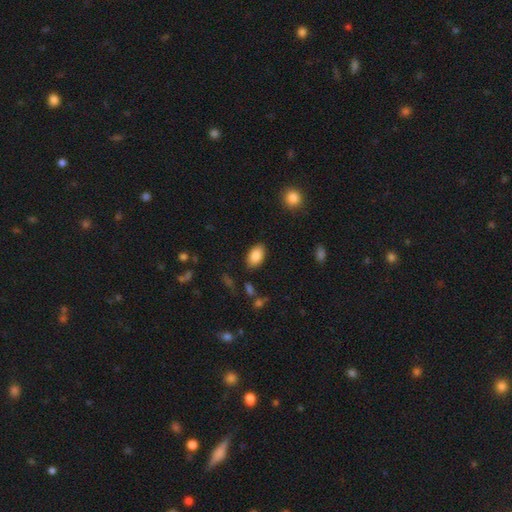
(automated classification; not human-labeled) smooth_or_featured: smooth (p=0.85) [alt: star or artifact p=0.08]
how_rounded: in between (p=0.92) [alt: round p=0.06]
merging: none (p=0.86) [alt: minor disturbance p=0.10]